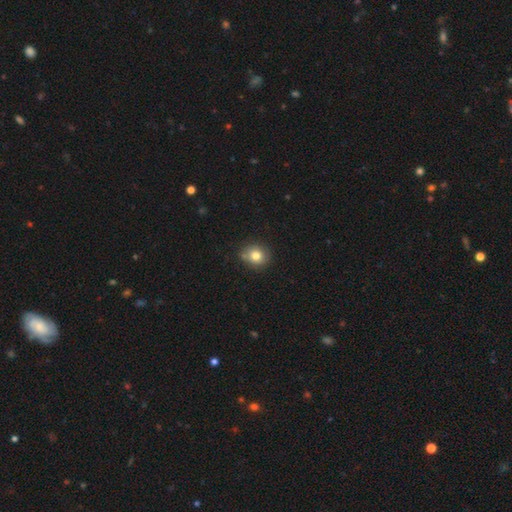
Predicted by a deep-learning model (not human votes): A smooth galaxy with no disk features (80%) that is round (76%).

Vote fractions:
- Smooth or featured? smooth: 80% / star or artifact: 10% / featured or disk: 10%
- How rounded? round: 76% / in between: 23% / cigar-shaped: 1%
- Merging? none: 76% / minor disturbance: 15% / merger: 5% / major disturbance: 3%